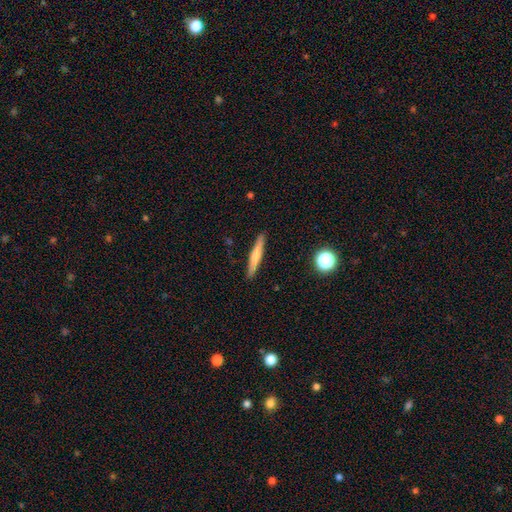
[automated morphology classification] smooth_or_featured: smooth (p=0.58) [alt: featured or disk p=0.36]
how_rounded: cigar-shaped (p=0.94) [alt: in between p=0.04]
merging: none (p=0.90) [alt: minor disturbance p=0.07]